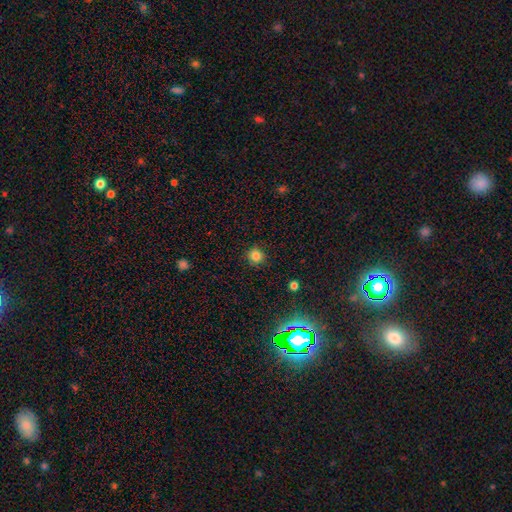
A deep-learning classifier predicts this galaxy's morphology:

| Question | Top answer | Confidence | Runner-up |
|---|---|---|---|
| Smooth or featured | smooth | 82% | star or artifact (14%) |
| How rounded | round | 93% | in between (6%) |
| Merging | none | 89% | minor disturbance (7%) |